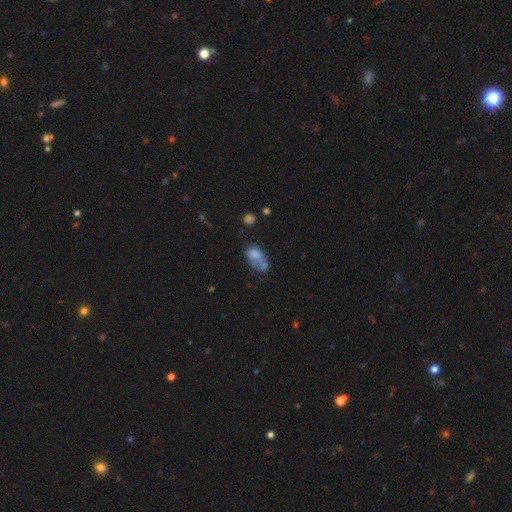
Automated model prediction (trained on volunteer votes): This appears to be a smooth galaxy with no disk features (69%) that is in between round and cigar-shaped (82%). Merging: merger (44%).